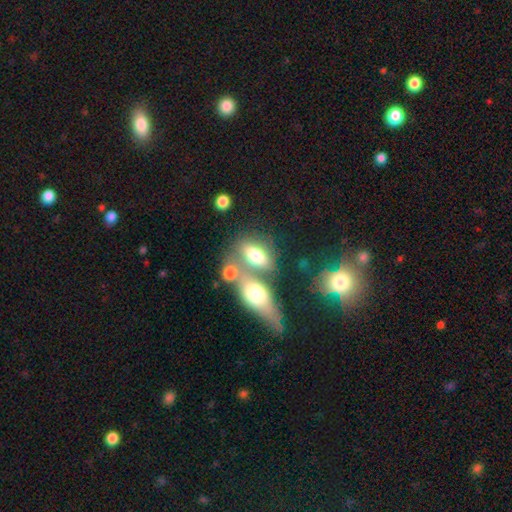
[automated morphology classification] A smooth galaxy with no disk features (66%) that is in between round and cigar-shaped (79%). Merging: merger (45%).